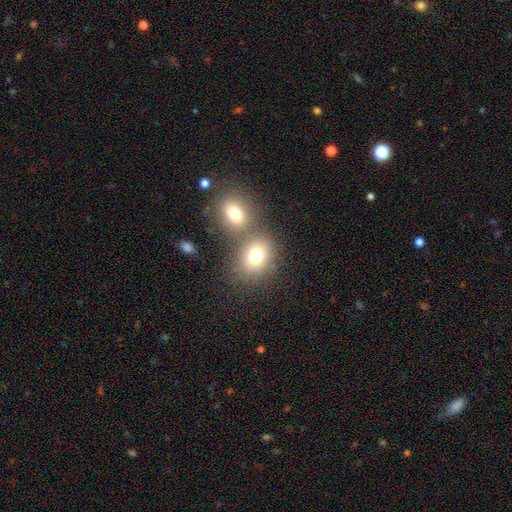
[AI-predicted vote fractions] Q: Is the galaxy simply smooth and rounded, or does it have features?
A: smooth — 76%.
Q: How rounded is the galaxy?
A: round — 56%.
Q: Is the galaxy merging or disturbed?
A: none — 52%.